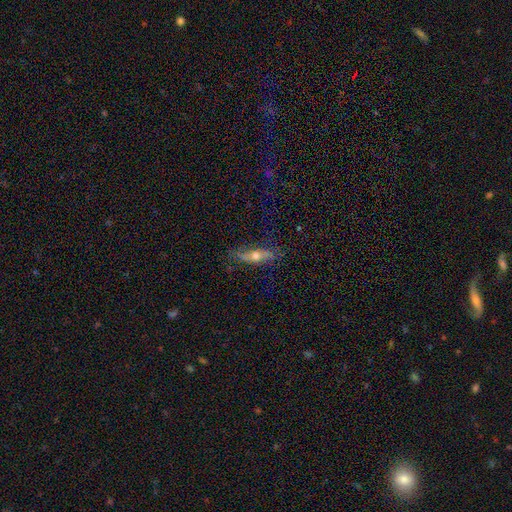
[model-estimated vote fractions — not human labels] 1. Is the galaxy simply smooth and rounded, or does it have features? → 51% featured or disk, 41% smooth, 8% star or artifact.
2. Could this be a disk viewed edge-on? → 69% yes, 31% no.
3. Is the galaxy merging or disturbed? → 77% none, 17% minor disturbance, 5% major disturbance, 1% merger.